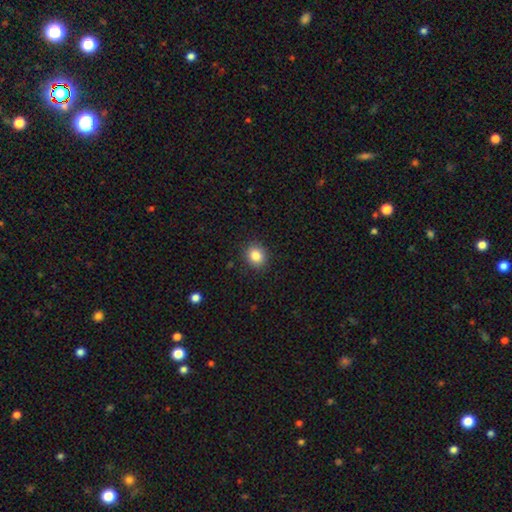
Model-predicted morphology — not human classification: The model was most divided on "how rounded": round: 70%, in between: 29%, cigar-shaped: 1%. More confident: merging — none (90%); smooth or featured — smooth (84%).